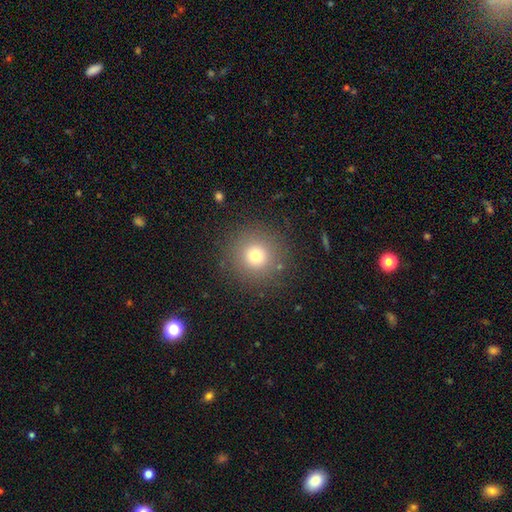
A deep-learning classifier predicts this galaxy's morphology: A smooth galaxy with no disk features (75%) that is round (95%). Merging: none (88%).